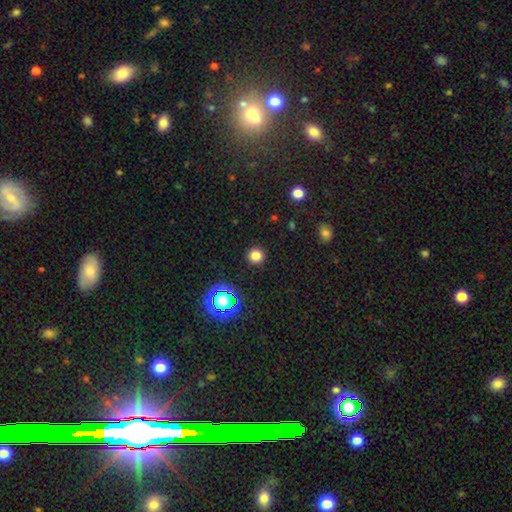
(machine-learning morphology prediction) type=smooth (77%); roundness=round (94%); merging=none (91%).